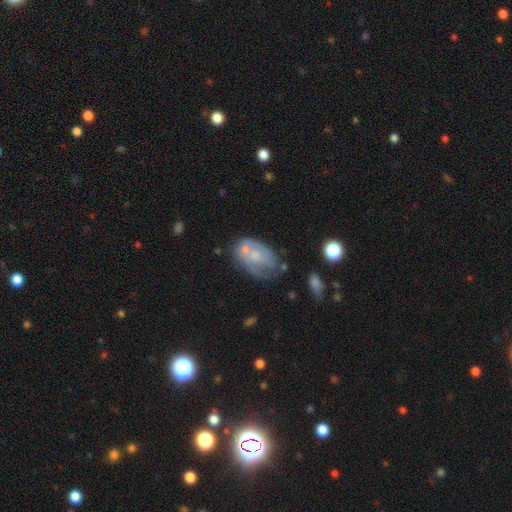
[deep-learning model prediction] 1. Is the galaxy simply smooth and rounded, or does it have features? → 53% featured or disk, 39% smooth, 8% star or artifact.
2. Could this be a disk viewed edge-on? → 96% no, 4% yes.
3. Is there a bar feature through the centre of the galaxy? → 78% no, 19% weak, 3% strong.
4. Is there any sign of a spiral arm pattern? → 54% yes, 46% no.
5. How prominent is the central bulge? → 50% small, 33% moderate, 12% none, 3% large, 1% dominant.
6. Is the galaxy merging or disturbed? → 38% none, 27% minor disturbance, 18% merger, 18% major disturbance.